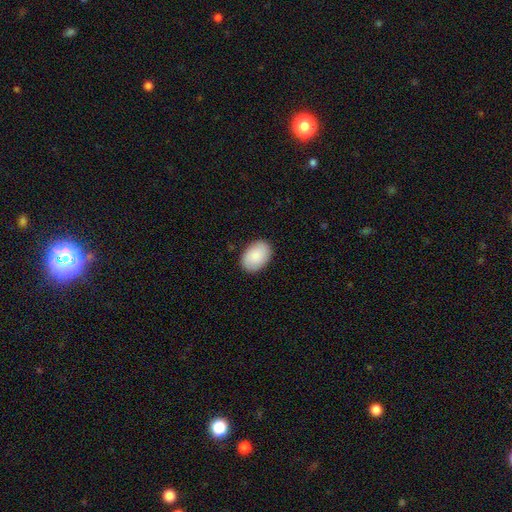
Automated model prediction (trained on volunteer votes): Smooth or featured? smooth (87%)
How rounded? in between (86%)
Merging? none (88%)